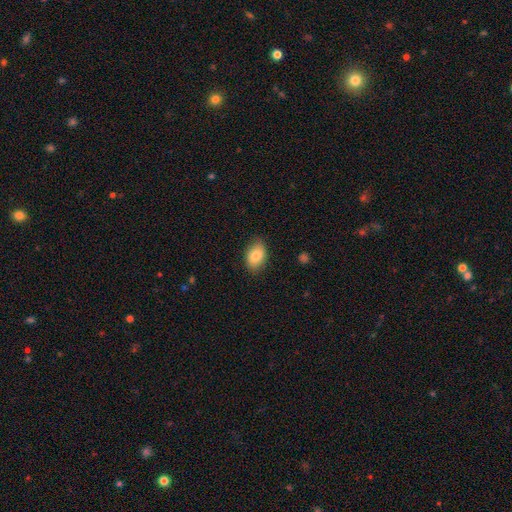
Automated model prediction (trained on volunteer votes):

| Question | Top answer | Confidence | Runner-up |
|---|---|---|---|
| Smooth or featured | smooth | 82% | featured or disk (11%) |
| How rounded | in between | 86% | round (13%) |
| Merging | none | 83% | minor disturbance (13%) |